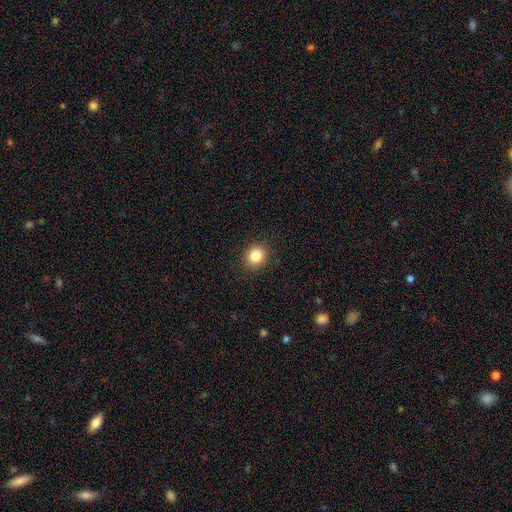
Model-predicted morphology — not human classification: Q: Smooth or featured?
A: smooth (85%); runner-up: star or artifact (10%)
Q: How rounded?
A: round (78%); runner-up: in between (21%)
Q: Merging?
A: none (91%); runner-up: minor disturbance (6%)